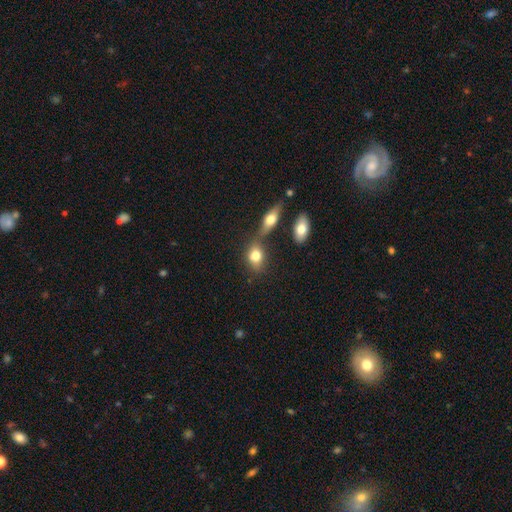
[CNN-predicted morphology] This appears to be a smooth galaxy with no disk features (77%) that is in between round and cigar-shaped (67%). Merging: none (58%).